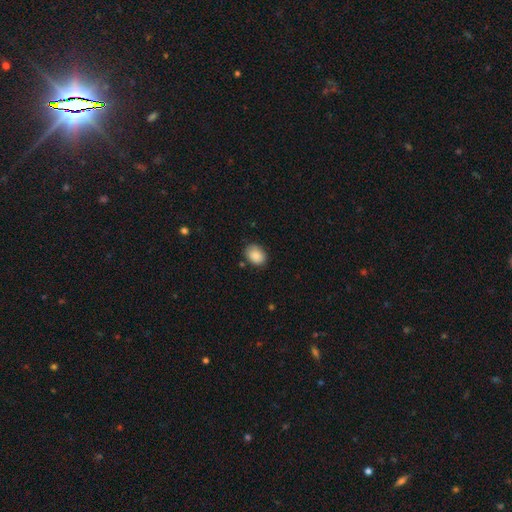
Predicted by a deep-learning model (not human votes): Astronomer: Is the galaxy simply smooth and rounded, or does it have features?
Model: smooth — 88%.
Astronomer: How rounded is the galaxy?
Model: in between — 67%.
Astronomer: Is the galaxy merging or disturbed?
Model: none — 77%.